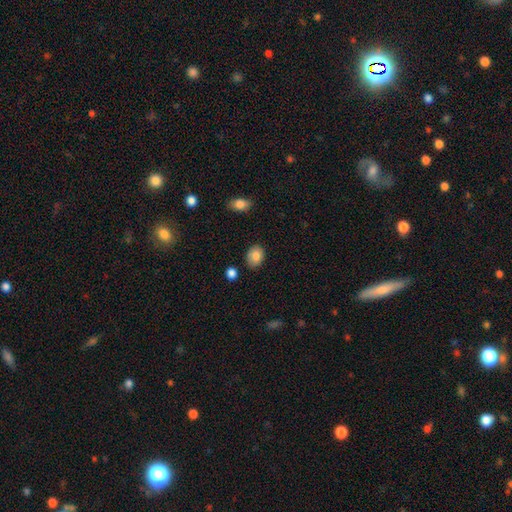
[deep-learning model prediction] A smooth galaxy with no disk features (83%) that is in between round and cigar-shaped (72%). Merging: none (81%).